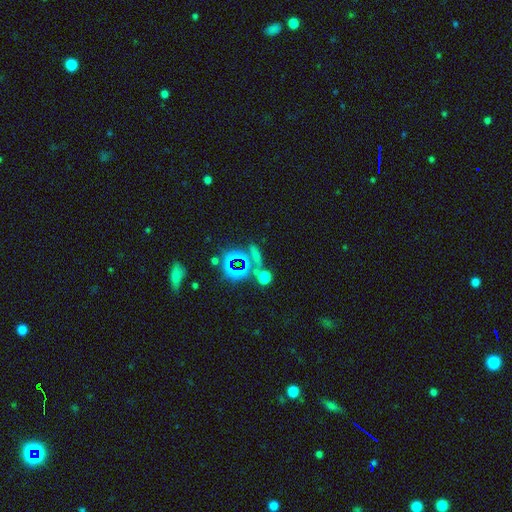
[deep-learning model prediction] This appears to be a star or artifact, not a galaxy (45%).